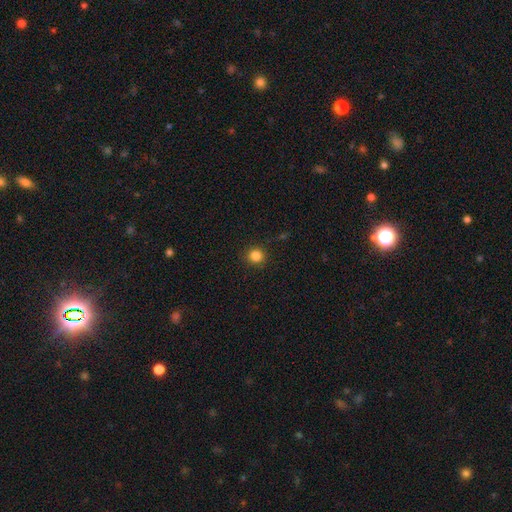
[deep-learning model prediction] smooth-or-featured: smooth: 84% | star or artifact: 12% | featured or disk: 4%
  how-rounded: round: 92% | in between: 7% | cigar-shaped: 1%
  merging: none: 91% | minor disturbance: 6% | major disturbance: 2% | merger: 1%